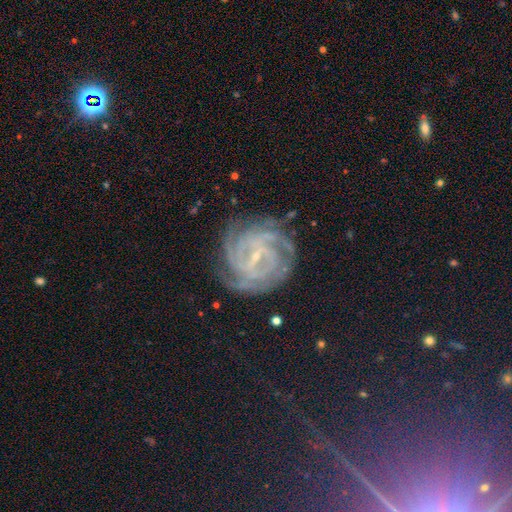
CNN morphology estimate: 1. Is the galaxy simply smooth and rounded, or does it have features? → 83% featured or disk, 11% star or artifact, 6% smooth.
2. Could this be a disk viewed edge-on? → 97% no, 3% yes.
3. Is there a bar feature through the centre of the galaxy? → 46% weak, 31% strong, 23% no.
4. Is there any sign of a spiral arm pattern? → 98% yes, 2% no.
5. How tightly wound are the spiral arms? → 79% tight, 17% medium, 3% loose.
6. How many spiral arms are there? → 22% 4 (tied), 22% 3 (tied), 20% can't tell, 16% 2, 11% more than 4, 9% 1.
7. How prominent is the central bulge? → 82% small, 12% moderate, 4% none, 1% large, 1% dominant.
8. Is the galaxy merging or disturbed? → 79% none, 14% minor disturbance, 5% major disturbance, 1% merger.